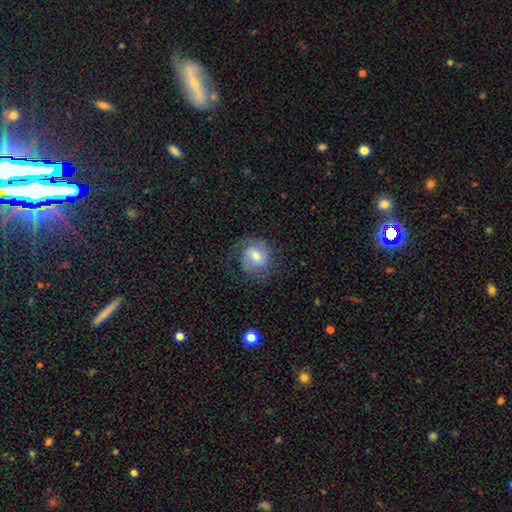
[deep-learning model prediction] This is possibly a smooth galaxy (50%). How rounded: likely round (75%). Merging: likely none (61%).